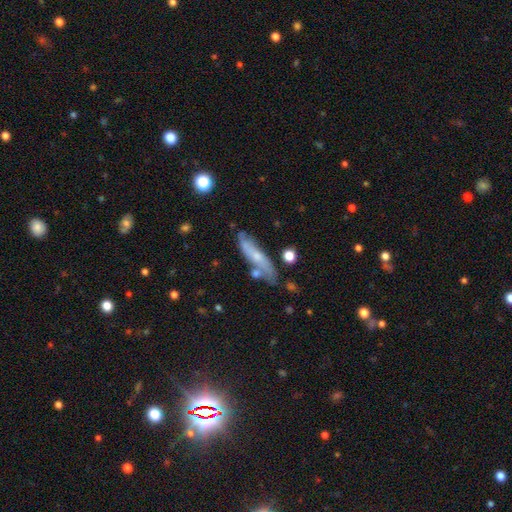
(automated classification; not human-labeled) smooth-or-featured: featured or disk: 46% (tied) | smooth: 46% (tied) | star or artifact: 7%
  merging: none: 65% | minor disturbance: 20% | merger: 9% | major disturbance: 5%